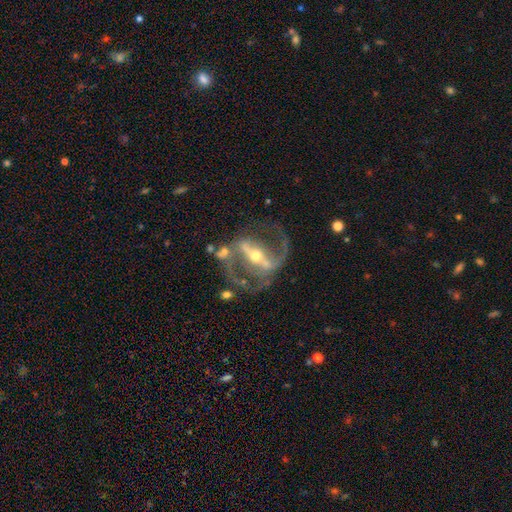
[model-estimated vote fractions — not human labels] Morphology: type=featured or disk (89%); edge-on=no (93%); bar=strong (76%); spiral arms=yes (89%); winding=medium (54%); arm count=2 (89%); bulge=moderate (53%); merging=none (60%).